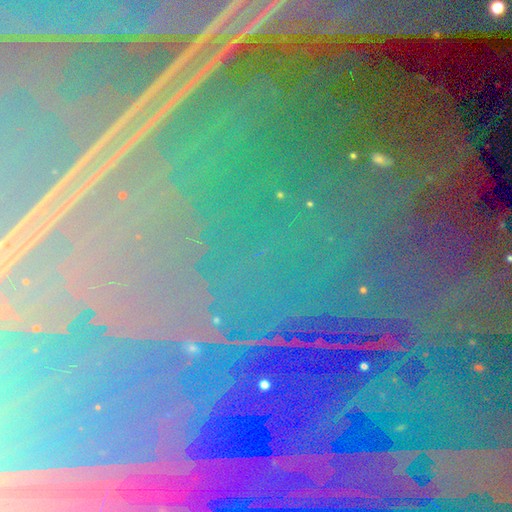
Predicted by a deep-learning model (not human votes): This appears to be a star or artifact, not a galaxy (85%).